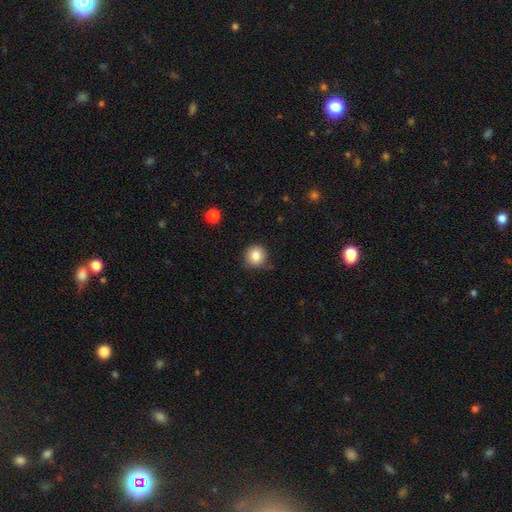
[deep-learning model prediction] A smooth galaxy with no disk features (84%) that is round (92%).

Vote fractions:
- Smooth or featured? smooth: 84% / star or artifact: 10% / featured or disk: 6%
- How rounded? round: 92% / in between: 7% / cigar-shaped: 1%
- Merging? none: 81% / minor disturbance: 15% / major disturbance: 3% / merger: 2%